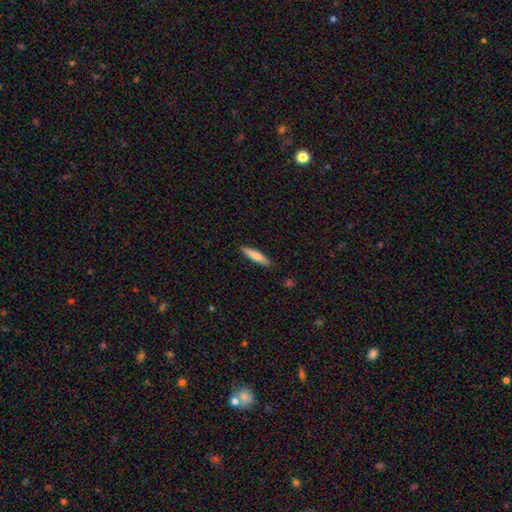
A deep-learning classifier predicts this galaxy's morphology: Smooth or featured? smooth (77%)
How rounded? cigar-shaped (83%)
Merging? none (88%)